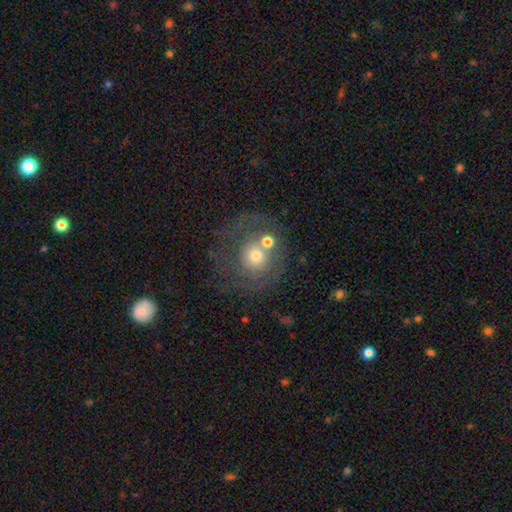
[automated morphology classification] A featured or disk galaxy (54%) with no bar (86%), spiral arms (69%) and a moderate central bulge (58%). Merging: none (49%).